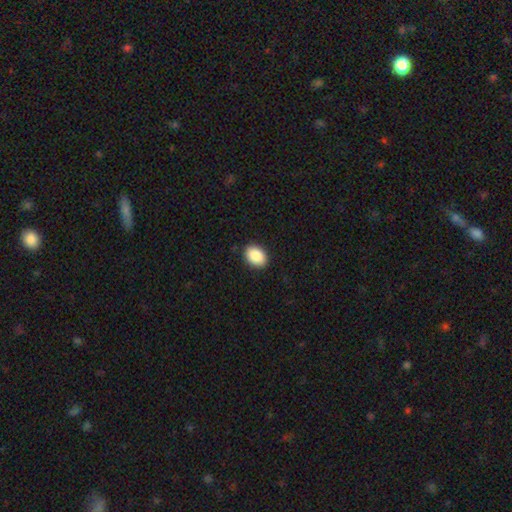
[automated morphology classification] This appears to be a smooth galaxy with no disk features (89%) that is in between round and cigar-shaped (79%). Merging: none (90%).